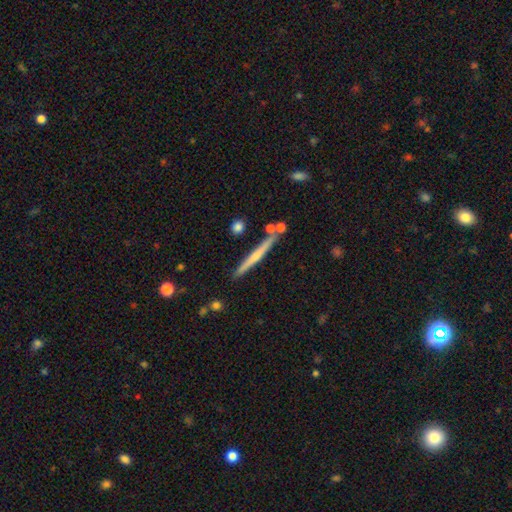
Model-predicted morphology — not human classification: Smooth or featured? Predicted: featured or disk (p=0.52). Edge-on disk? Predicted: yes (p=0.97). Edge-on bulge? Predicted: none (p=0.52). Merging? Predicted: none (p=0.84).